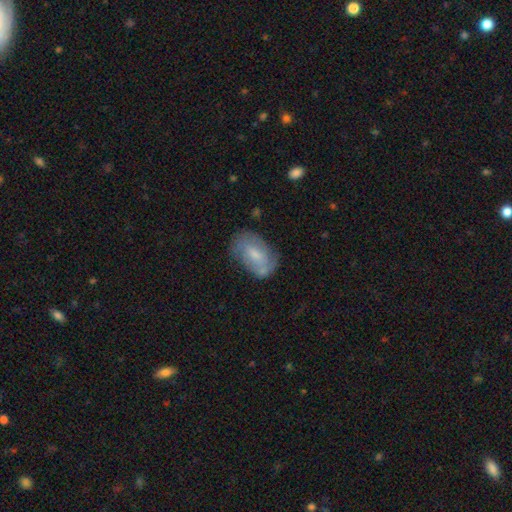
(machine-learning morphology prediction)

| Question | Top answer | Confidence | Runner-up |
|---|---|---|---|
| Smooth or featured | smooth | 52% | featured or disk (41%) |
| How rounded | in between | 90% | round (8%) |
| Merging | none | 62% | minor disturbance (26%) |